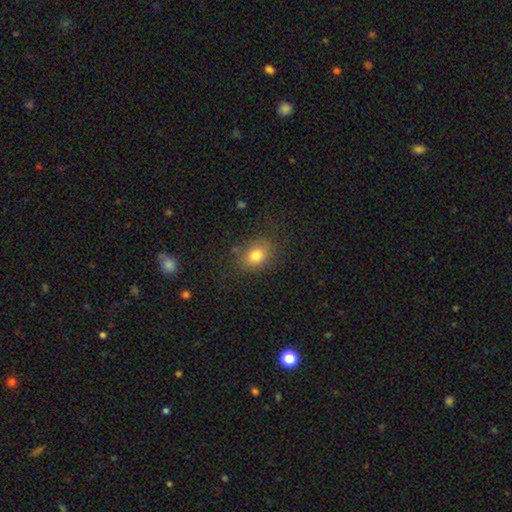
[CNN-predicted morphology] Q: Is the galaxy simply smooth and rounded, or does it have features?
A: smooth — 79%.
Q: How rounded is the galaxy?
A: in between — 55%.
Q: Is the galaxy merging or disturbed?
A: none — 75%.